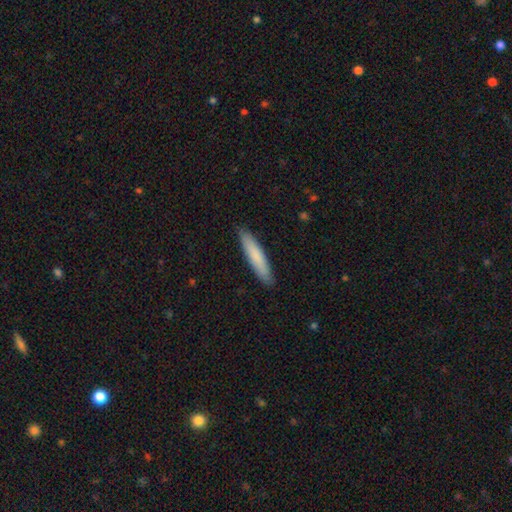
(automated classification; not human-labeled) smooth_or_featured: smooth (p=0.80) [alt: featured or disk p=0.15]
how_rounded: cigar-shaped (p=0.89) [alt: in between p=0.10]
merging: none (p=0.90) [alt: minor disturbance p=0.07]